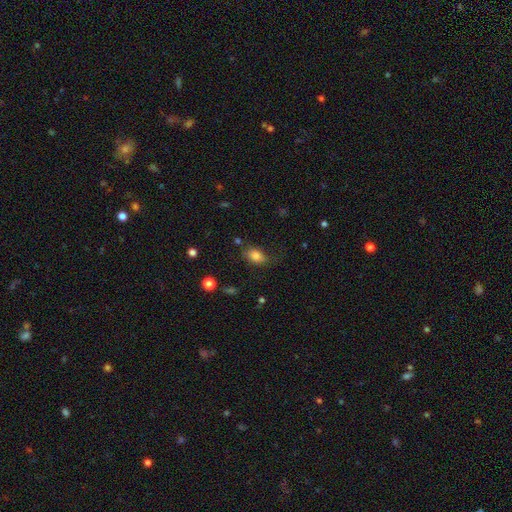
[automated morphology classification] A smooth galaxy with no disk features (81%) that is in between round and cigar-shaped (80%). Merging: none (65%).